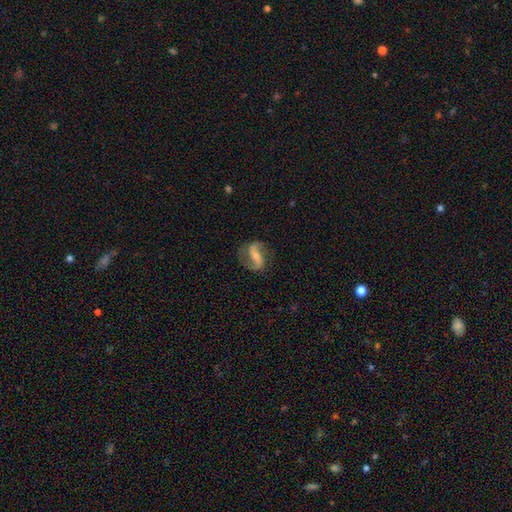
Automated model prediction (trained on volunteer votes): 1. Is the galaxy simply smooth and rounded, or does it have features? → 79% featured or disk, 14% smooth, 6% star or artifact.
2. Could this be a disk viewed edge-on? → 96% no, 4% yes.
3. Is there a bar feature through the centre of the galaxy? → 44% strong, 33% weak, 24% no.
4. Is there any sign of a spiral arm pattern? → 93% yes, 7% no.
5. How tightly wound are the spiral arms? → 55% loose, 34% medium, 11% tight.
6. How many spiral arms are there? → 91% 2, 4% 1, 3% can't tell, 1% 3, 1% 4, 1% more than 4.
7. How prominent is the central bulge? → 49% small, 41% moderate, 5% none, 3% large, 1% dominant.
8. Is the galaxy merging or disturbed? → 76% none, 15% minor disturbance, 7% major disturbance, 1% merger.